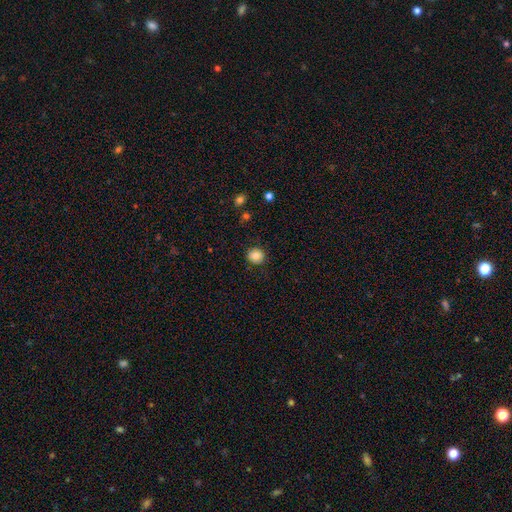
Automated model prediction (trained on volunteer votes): smooth_or_featured: smooth (p=0.81) [alt: star or artifact p=0.10]
how_rounded: round (p=0.91) [alt: in between p=0.08]
merging: none (p=0.89) [alt: minor disturbance p=0.08]